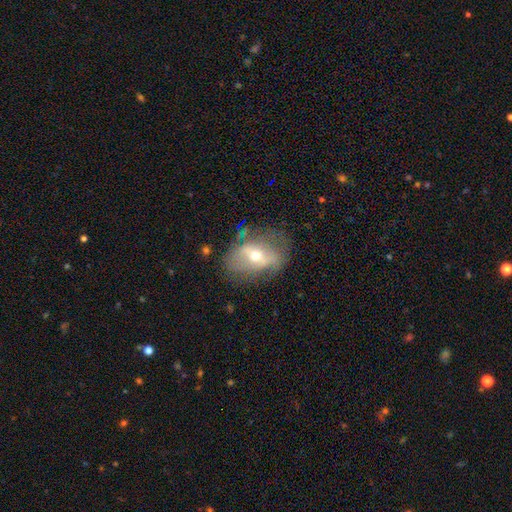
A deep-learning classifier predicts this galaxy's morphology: featured or disk 63%, smooth 28%, star or artifact 9%. Down the decision tree: edge-on disk — no (89%); bar — strong (40%); spiral arms — no (56%); bulge size — moderate (62%); merging — none (62%).